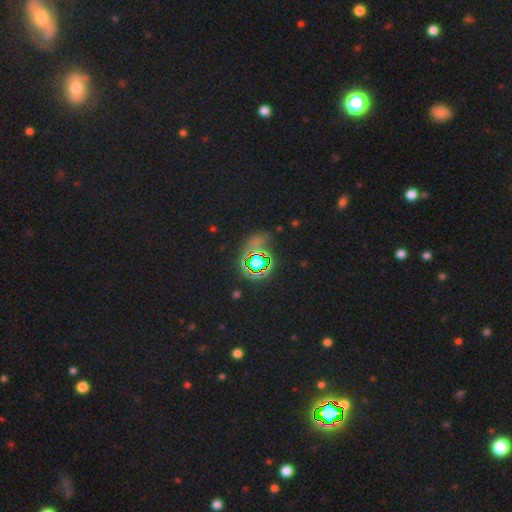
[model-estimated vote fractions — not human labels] Smooth or featured: star or artifact — 71% (smooth — 19%)